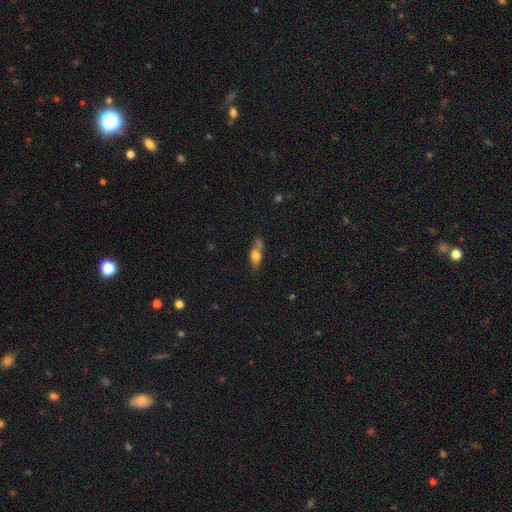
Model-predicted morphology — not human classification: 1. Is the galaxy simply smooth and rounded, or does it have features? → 66% smooth, 25% featured or disk, 9% star or artifact.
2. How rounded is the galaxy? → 62% in between, 31% cigar-shaped, 7% round.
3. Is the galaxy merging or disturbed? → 48% none, 25% minor disturbance, 17% merger, 10% major disturbance.